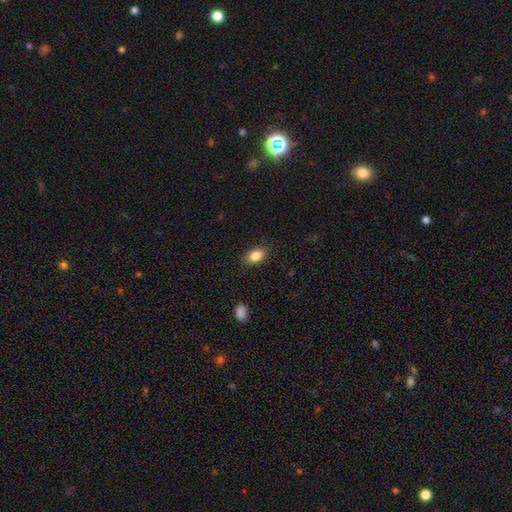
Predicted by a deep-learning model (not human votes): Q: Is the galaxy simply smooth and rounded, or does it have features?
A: smooth — 85%.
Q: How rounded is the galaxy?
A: in between — 85%.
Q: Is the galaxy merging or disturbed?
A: none — 86%.